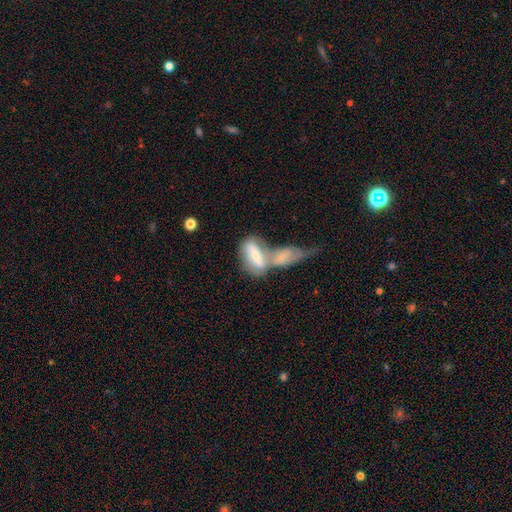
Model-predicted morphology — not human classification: A smooth galaxy with no disk features (57%) that is in between round and cigar-shaped (76%).

Vote fractions:
- Smooth or featured? smooth: 57% / featured or disk: 36% / star or artifact: 6%
- How rounded? in between: 76% / cigar-shaped: 20% / round: 4%
- Merging? merger: 71% / none: 15% / minor disturbance: 8% / major disturbance: 6%